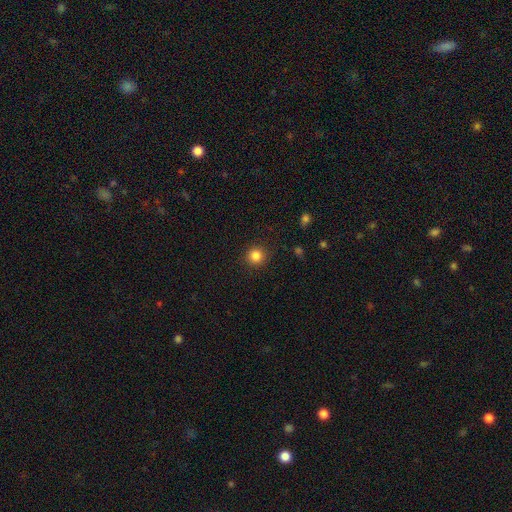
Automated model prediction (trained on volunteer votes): Smooth or featured? smooth (84%)
How rounded? round (94%)
Merging? none (91%)